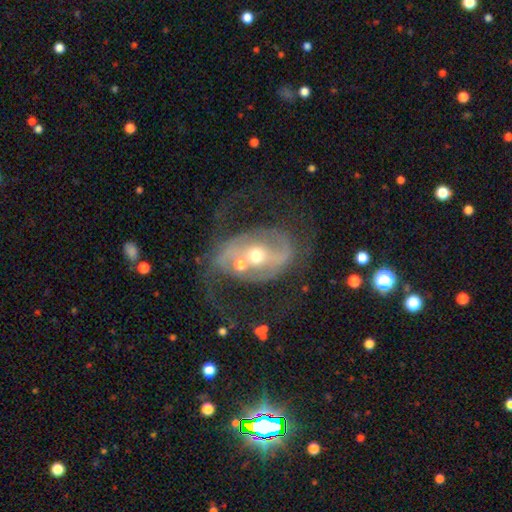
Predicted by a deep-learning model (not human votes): Morphology: type=featured or disk (79%); edge-on=no (96%); bar=no (38%); spiral arms=yes (75%); winding=loose (44%); arm count=2 (82%); bulge=moderate (67%); merging=none (46%).